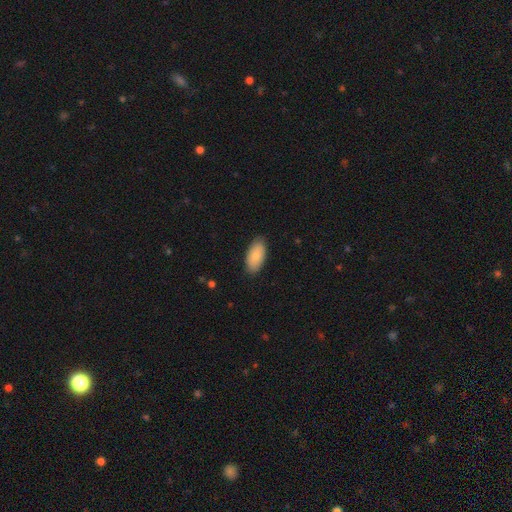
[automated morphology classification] Overall: smooth (83%). How rounded: in between (94%). Merging: none (84%).